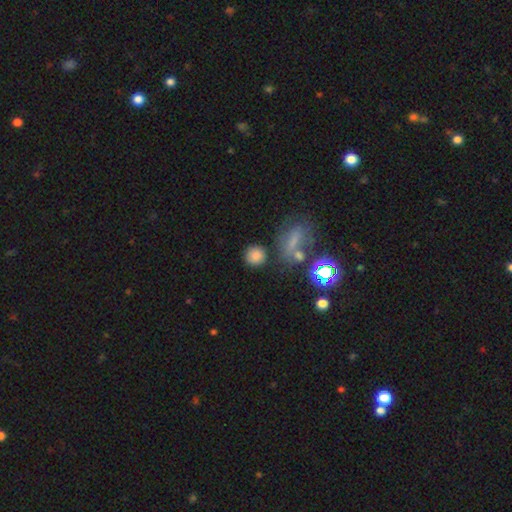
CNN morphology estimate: type=smooth (77%); roundness=round (87%); merging=none (75%).